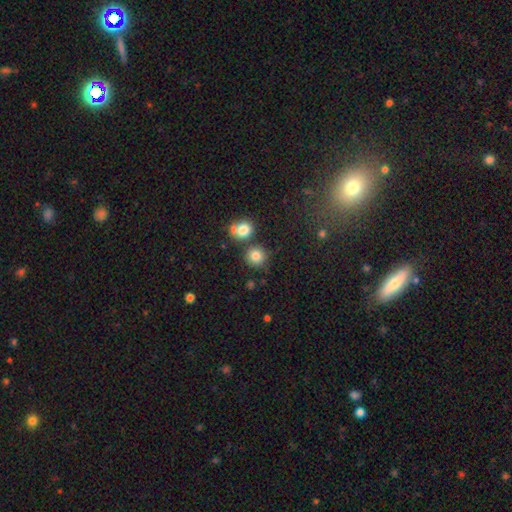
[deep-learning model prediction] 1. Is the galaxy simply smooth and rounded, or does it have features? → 81% smooth, 12% star or artifact, 7% featured or disk.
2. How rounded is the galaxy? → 90% round, 9% in between, 1% cigar-shaped.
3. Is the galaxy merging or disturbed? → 74% none, 15% merger, 9% minor disturbance, 3% major disturbance.